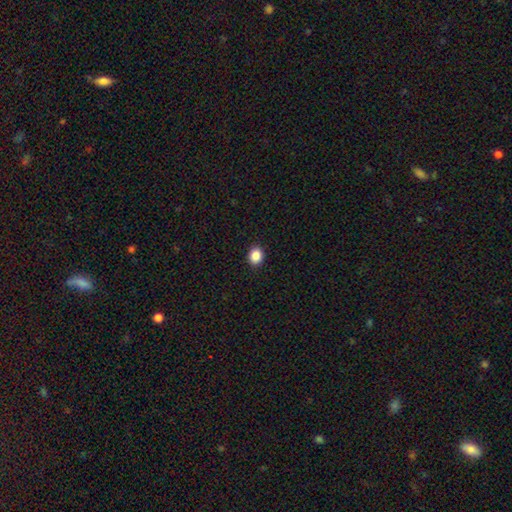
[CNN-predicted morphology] smooth_or_featured: smooth (p=0.88) [alt: star or artifact p=0.09]
how_rounded: round (p=0.61) [alt: in between p=0.38]
merging: none (p=0.92) [alt: minor disturbance p=0.06]